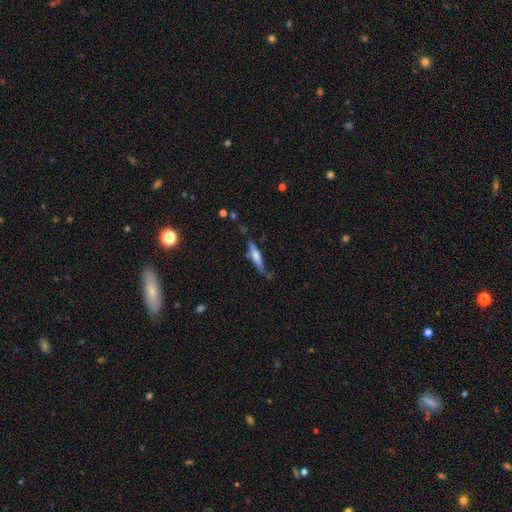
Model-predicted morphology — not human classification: smooth 48%, featured or disk 46%, star or artifact 7%. Down the decision tree: merging — none (70%).